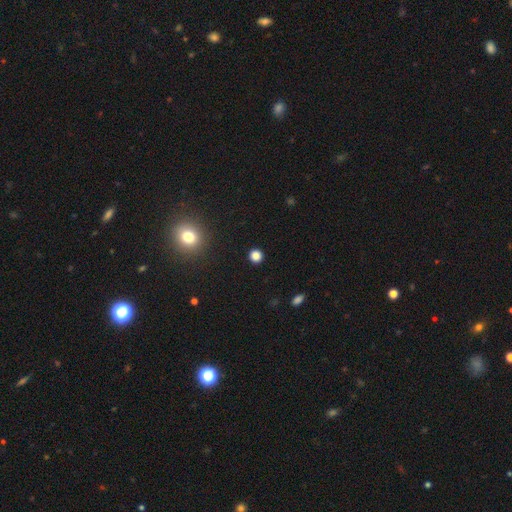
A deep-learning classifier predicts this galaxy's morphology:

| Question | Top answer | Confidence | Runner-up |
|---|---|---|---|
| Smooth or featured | smooth | 83% | star or artifact (13%) |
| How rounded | round | 92% | in between (7%) |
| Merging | none | 91% | minor disturbance (5%) |